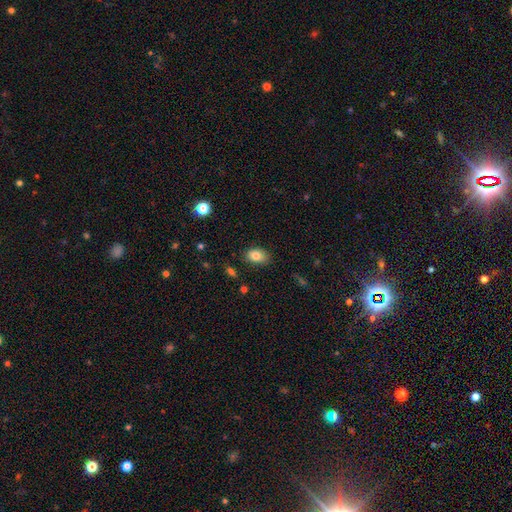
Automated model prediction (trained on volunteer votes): A smooth galaxy with no disk features (82%) that is in between round and cigar-shaped (85%). Merging: none (82%).